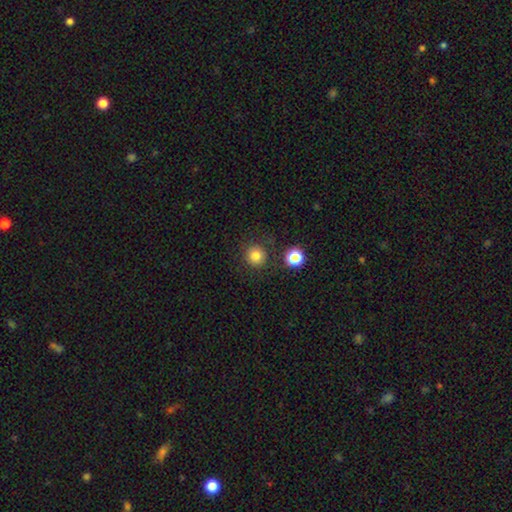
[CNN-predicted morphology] This appears to be a smooth galaxy with no disk features (80%) that is round (94%). Merging: none (84%).